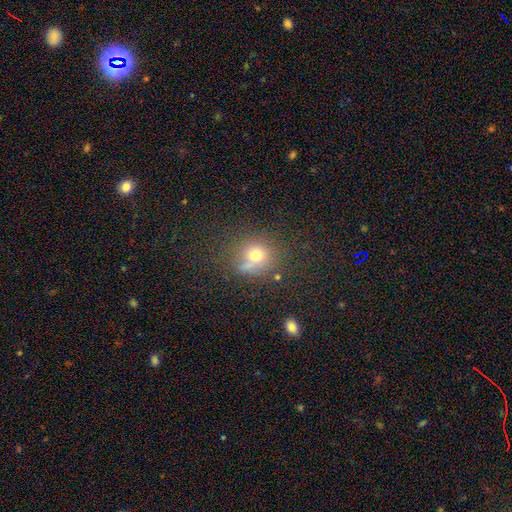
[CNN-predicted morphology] Q: Smooth or featured?
A: smooth (70%); runner-up: star or artifact (17%)
Q: How rounded?
A: round (84%); runner-up: in between (15%)
Q: Merging?
A: none (62%); runner-up: minor disturbance (18%)